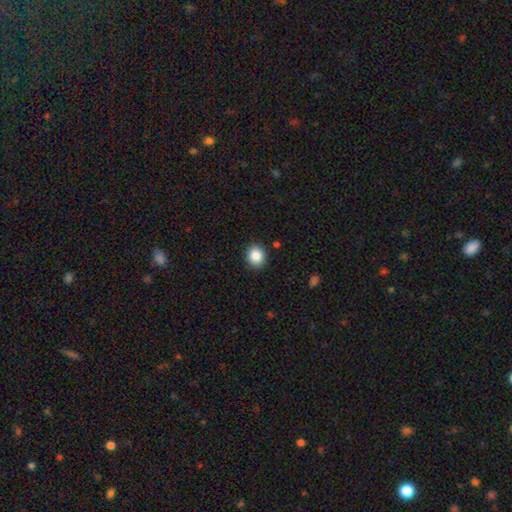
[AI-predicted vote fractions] Overall: smooth (86%). How rounded: round (75%). Merging: none (90%).